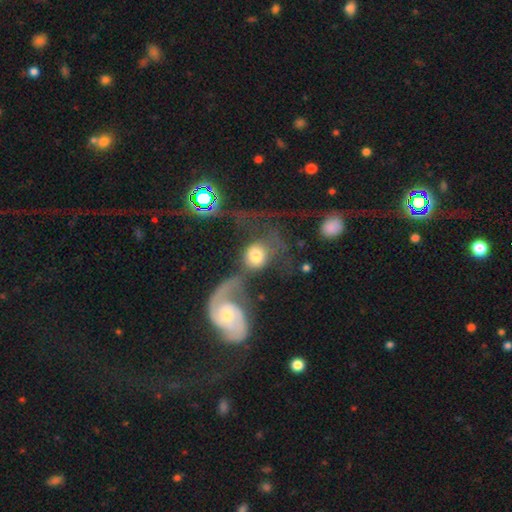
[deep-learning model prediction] Overall: featured or disk (46%; smooth 45%). Merging: merger (56%; major disturbance 23%).